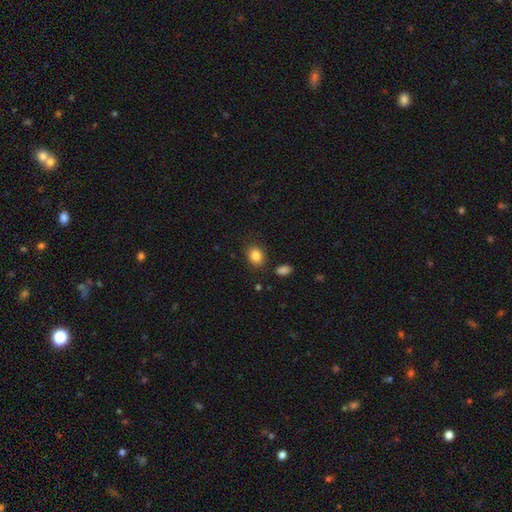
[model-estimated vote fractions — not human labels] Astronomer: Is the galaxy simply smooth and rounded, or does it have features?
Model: smooth — 85%.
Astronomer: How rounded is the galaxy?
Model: in between — 56% (runner-up: round, 43%).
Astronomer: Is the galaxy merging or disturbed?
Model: none — 84%.